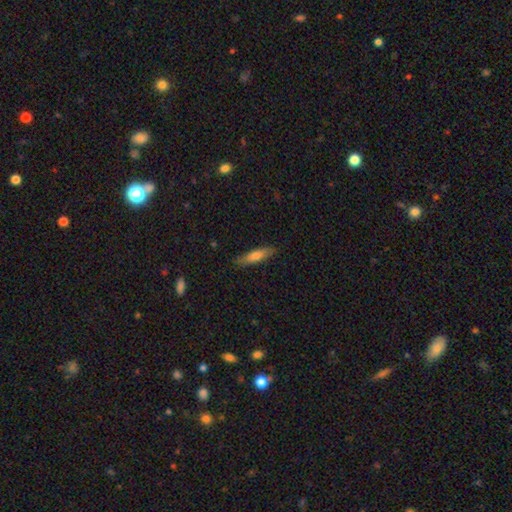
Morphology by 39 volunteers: Volunteers were most divided on "how rounded": cigar-shaped: 72%, in between: 28%, round: 0%. More confident: merging — none (87%); smooth or featured — smooth (82%).